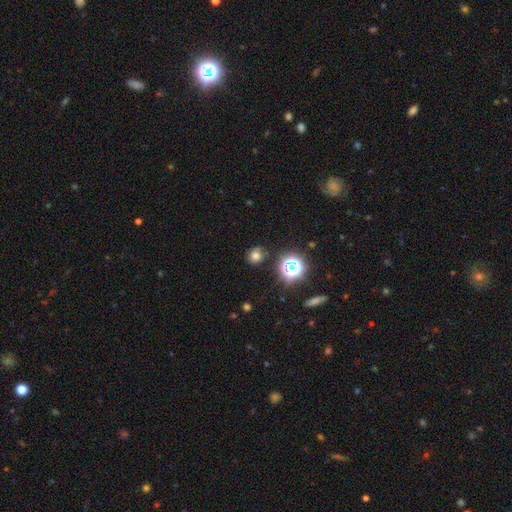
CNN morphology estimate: Overall: smooth (67%). How rounded: round (76%). Merging: none (78%).